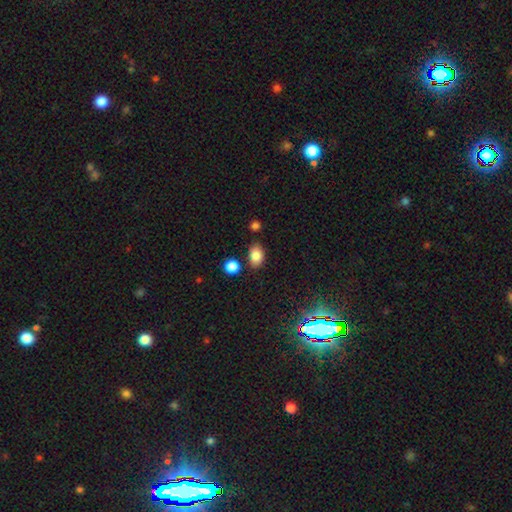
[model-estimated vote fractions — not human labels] A smooth galaxy with no disk features (85%) that is in between round and cigar-shaped (81%).

Vote fractions:
- Smooth or featured? smooth: 85% / star or artifact: 10% / featured or disk: 5%
- How rounded? in between: 81% / round: 18% / cigar-shaped: 1%
- Merging? none: 78% / minor disturbance: 13% / merger: 6% / major disturbance: 3%